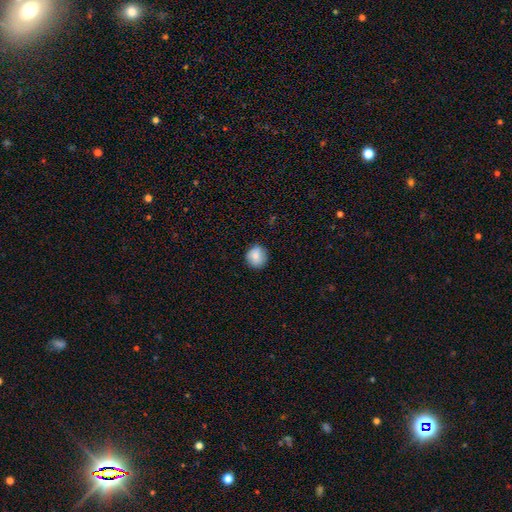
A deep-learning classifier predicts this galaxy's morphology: A smooth galaxy with no disk features (83%) that is round (89%). Merging: none (86%).